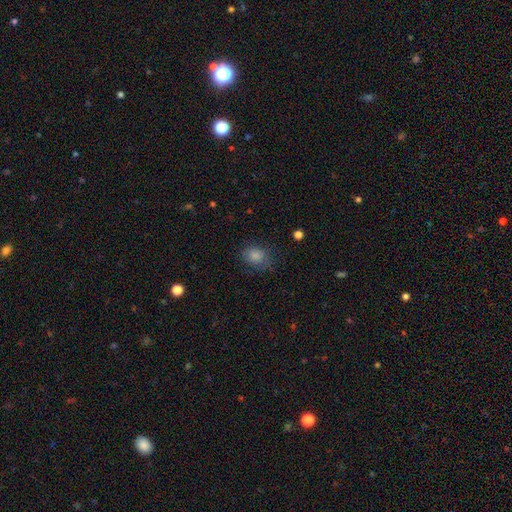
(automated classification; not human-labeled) Smooth or featured? Predicted: smooth (p=0.84). How rounded? Predicted: in between (p=0.58). Merging? Predicted: none (p=0.70).